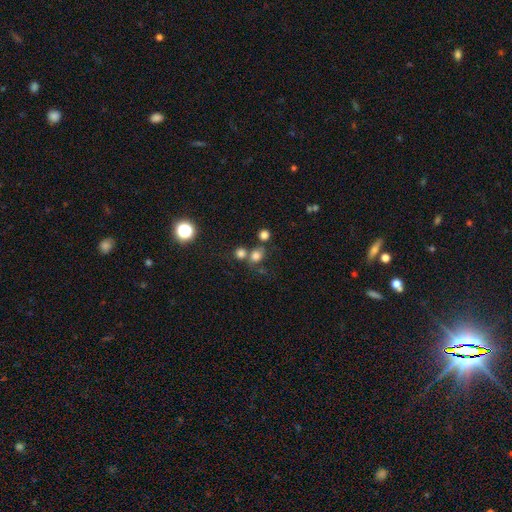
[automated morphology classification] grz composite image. It shows a smooth galaxy with no disk features (74%) that is round (76%). Merging: none (57%).